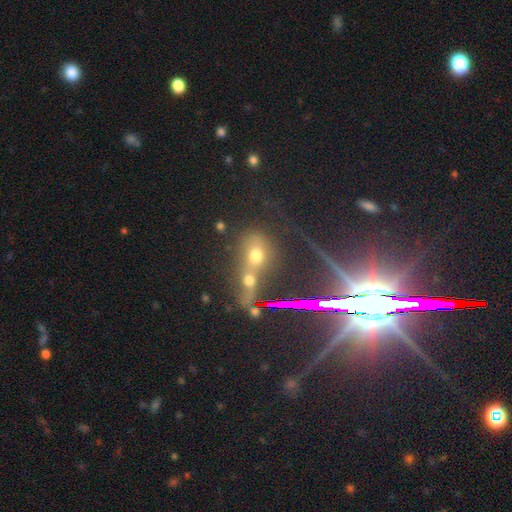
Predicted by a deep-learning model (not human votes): Overall: star or artifact (54%; featured or disk 24%).